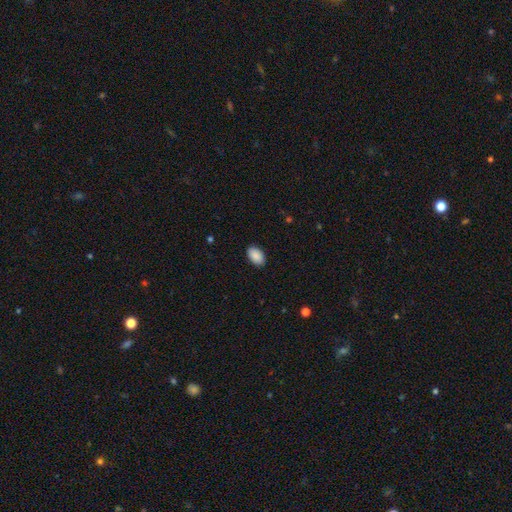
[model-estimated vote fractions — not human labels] Smooth or featured: smooth — 90% (star or artifact — 7%)
How rounded: in between — 93% (round — 6%)
Merging: none — 89% (minor disturbance — 8%)